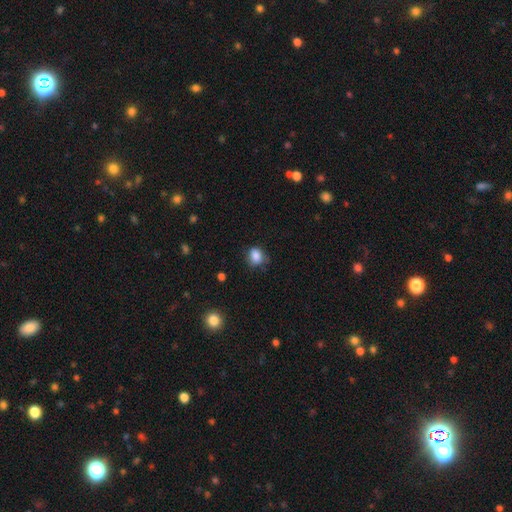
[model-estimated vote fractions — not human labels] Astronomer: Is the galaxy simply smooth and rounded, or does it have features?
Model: smooth — 84%.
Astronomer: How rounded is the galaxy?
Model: round — 50% (runner-up: in between, 49%).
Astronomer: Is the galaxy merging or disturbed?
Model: none — 62%.